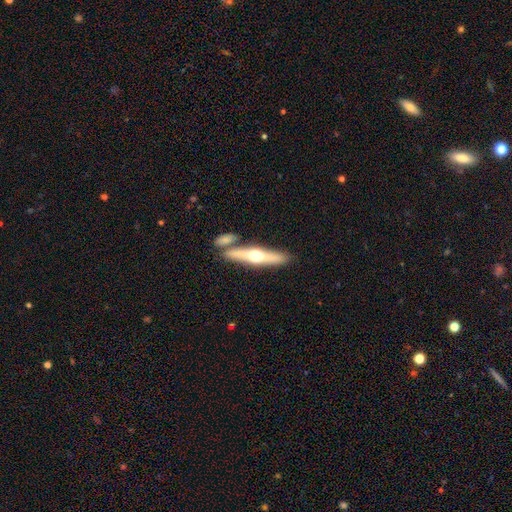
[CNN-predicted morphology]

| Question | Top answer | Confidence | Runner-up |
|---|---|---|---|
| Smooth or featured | featured or disk | 59% | smooth (36%) |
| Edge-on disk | yes | 94% | no (6%) |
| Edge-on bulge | rounded | 94% | none (4%) |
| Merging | none | 73% | merger (15%) |